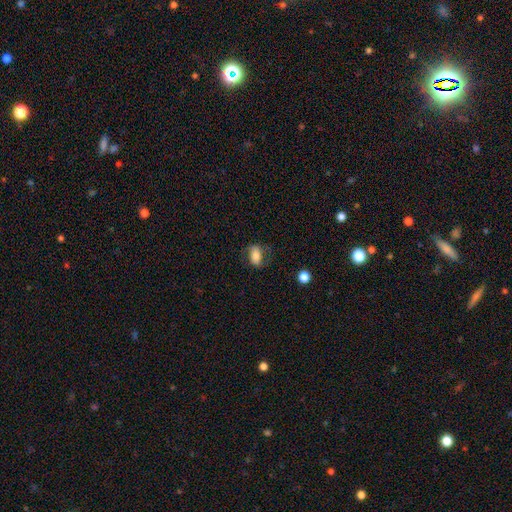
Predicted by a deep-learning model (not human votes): Overall: smooth (71%). How rounded: in between (85%). Merging: none (65%).